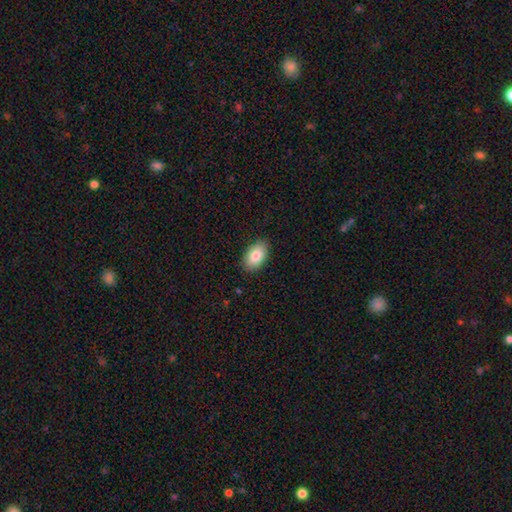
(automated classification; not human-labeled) smooth-or-featured: smooth: 84% | featured or disk: 9% | star or artifact: 7%
  how-rounded: in between: 92% | round: 7% | cigar-shaped: 1%
  merging: none: 87% | minor disturbance: 10% | major disturbance: 2% | merger: 1%